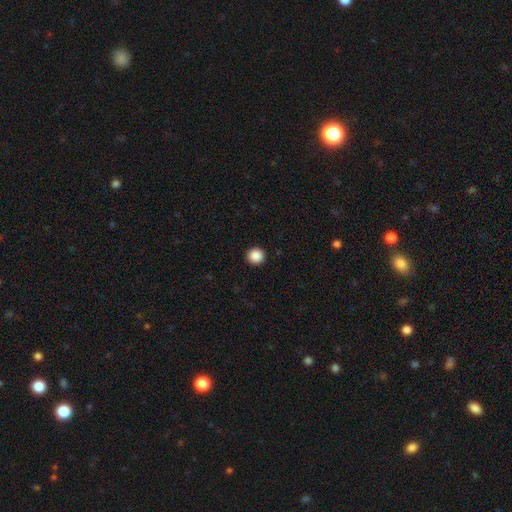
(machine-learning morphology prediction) smooth_or_featured: smooth (p=0.88) [alt: star or artifact p=0.09]
how_rounded: round (p=0.93) [alt: in between p=0.06]
merging: none (p=0.93) [alt: minor disturbance p=0.04]